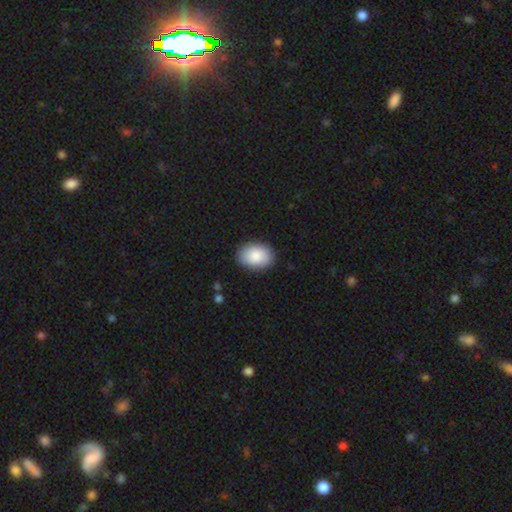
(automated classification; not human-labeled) This is clearly a smooth galaxy (87%). How rounded: clearly in between (81%). Merging: clearly none (88%).